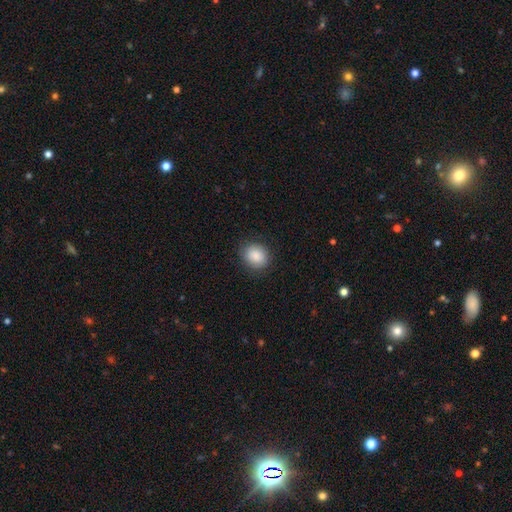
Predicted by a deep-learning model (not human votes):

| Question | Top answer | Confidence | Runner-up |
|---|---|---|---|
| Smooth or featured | smooth | 87% | star or artifact (7%) |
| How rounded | round | 68% | in between (32%) |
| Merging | none | 85% | minor disturbance (11%) |